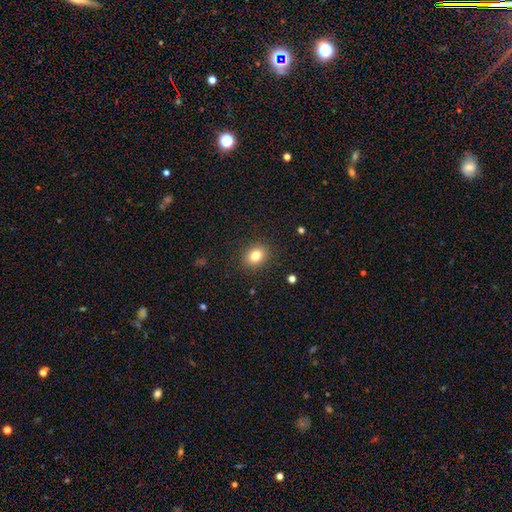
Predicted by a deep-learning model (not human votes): Morphology: type=smooth (80%); roundness=round (50%); merging=none (88%).